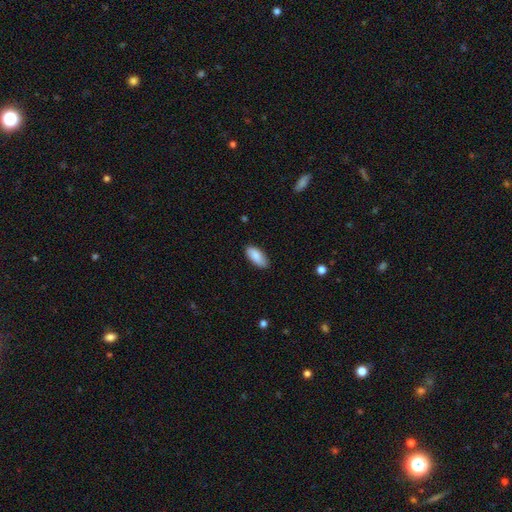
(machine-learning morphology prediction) smooth 87%, featured or disk 7%, star or artifact 6%. Down the decision tree: how rounded — in between (89%); merging — none (85%).